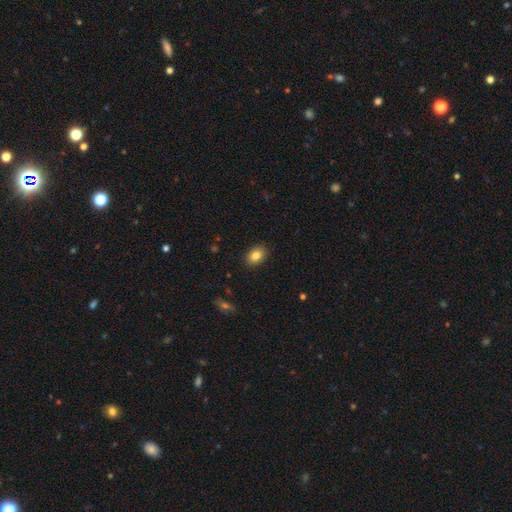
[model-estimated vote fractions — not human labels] Smooth or featured?
  - smooth: 85% *
  - star or artifact: 9%
  - featured or disk: 7%
How rounded?
  - in between: 74% *
  - round: 25%
  - cigar-shaped: 1%
Merging?
  - none: 89% *
  - minor disturbance: 8%
  - major disturbance: 2%
  - merger: 1%